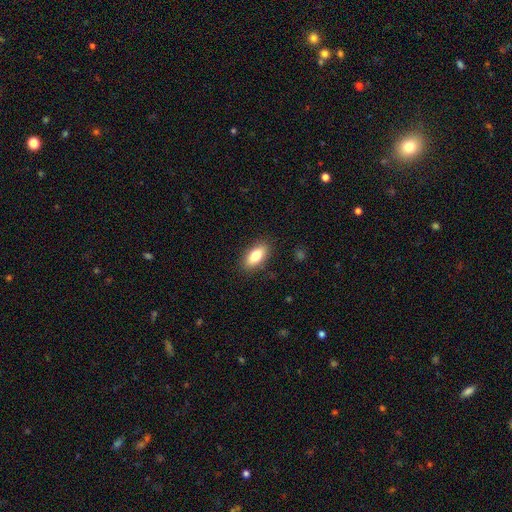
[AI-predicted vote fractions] smooth_or_featured: smooth (p=0.81) [alt: featured or disk p=0.12]
how_rounded: in between (p=0.85) [alt: cigar-shaped p=0.12]
merging: none (p=0.87) [alt: minor disturbance p=0.09]